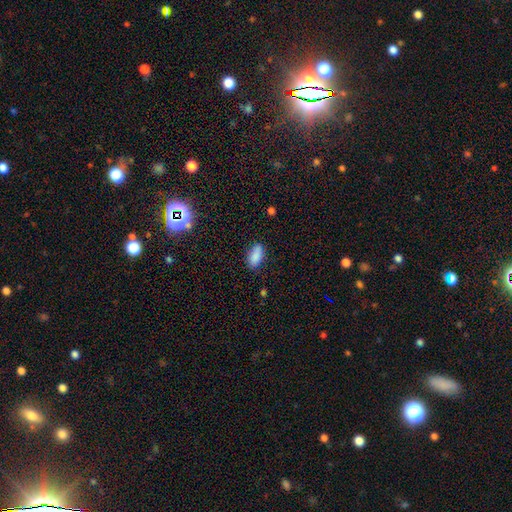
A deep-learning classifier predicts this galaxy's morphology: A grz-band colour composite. It shows a smooth galaxy with no disk features (86%) that is in between round and cigar-shaped (86%). Merging: none (80%).